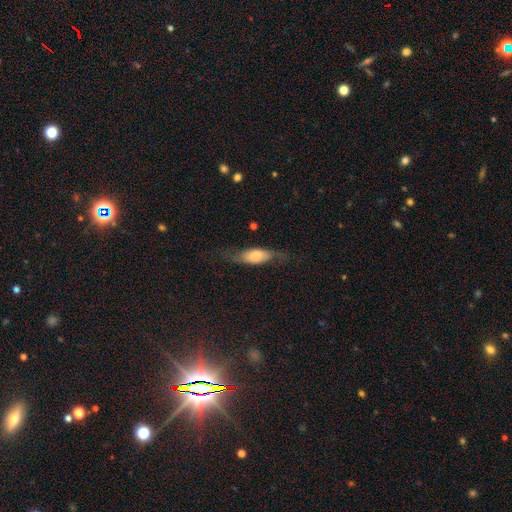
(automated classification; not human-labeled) Overall: smooth (58%; featured or disk 35%). How rounded: in between (67%; cigar-shaped 29%). Merging: none (62%; minor disturbance 23%).